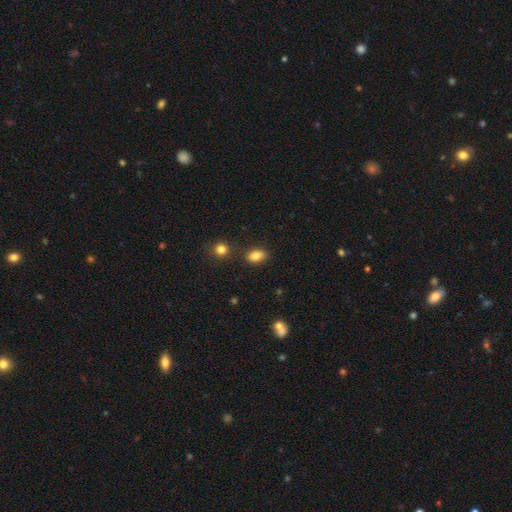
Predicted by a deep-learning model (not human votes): Smooth or featured? smooth (85%)
How rounded? in between (85%)
Merging? none (80%)